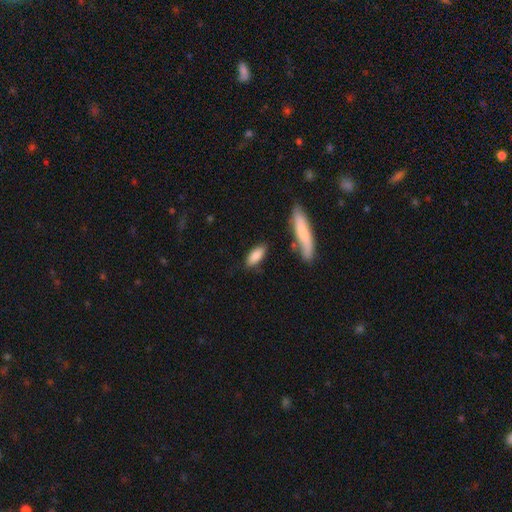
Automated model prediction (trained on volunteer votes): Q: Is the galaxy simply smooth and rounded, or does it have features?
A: smooth — 84%.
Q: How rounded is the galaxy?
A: in between — 70%.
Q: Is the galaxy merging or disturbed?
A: none — 78%.